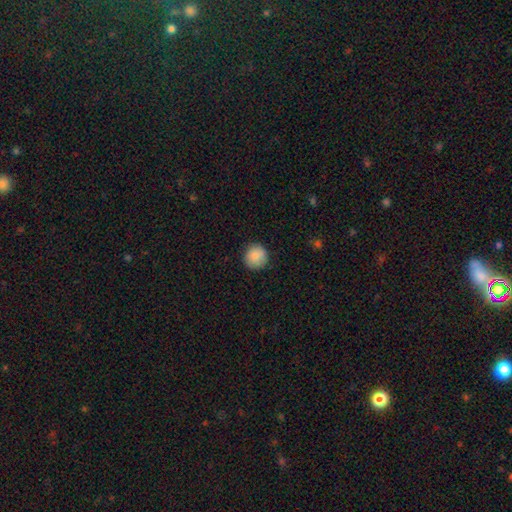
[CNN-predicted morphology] Q: Smooth or featured?
A: smooth (88%); runner-up: star or artifact (8%)
Q: How rounded?
A: round (93%); runner-up: in between (6%)
Q: Merging?
A: none (88%); runner-up: minor disturbance (9%)